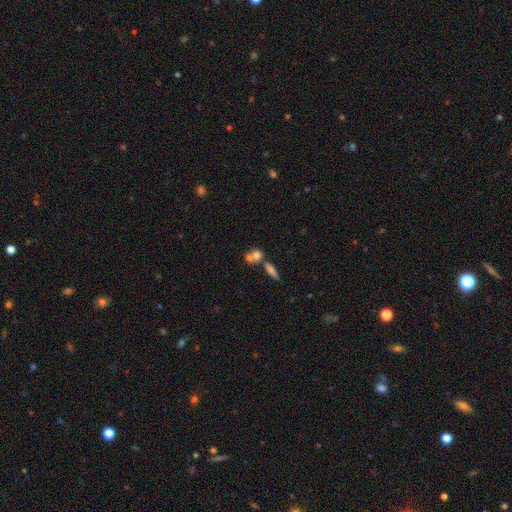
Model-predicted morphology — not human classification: smooth_or_featured: smooth (p=0.71) [alt: featured or disk p=0.18]
how_rounded: round (p=0.58) [alt: in between p=0.34]
merging: merger (p=0.51) [alt: none p=0.36]